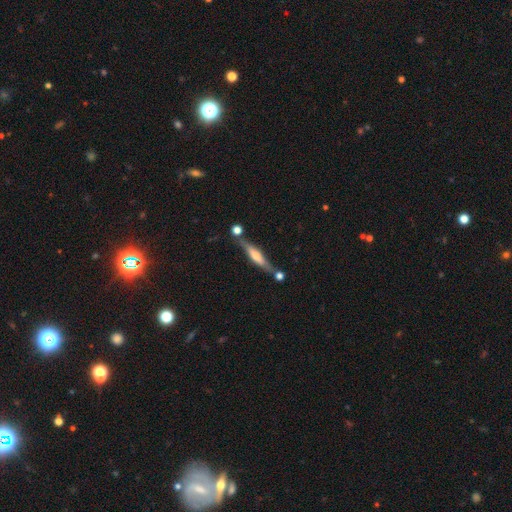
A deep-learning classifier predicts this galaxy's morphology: Smooth or featured: featured or disk — 62% (smooth — 31%)
Edge-on disk: yes — 93% (no — 7%)
Edge-on bulge: rounded — 62% (boxy — 26%)
Merging: none — 70% (minor disturbance — 14%)